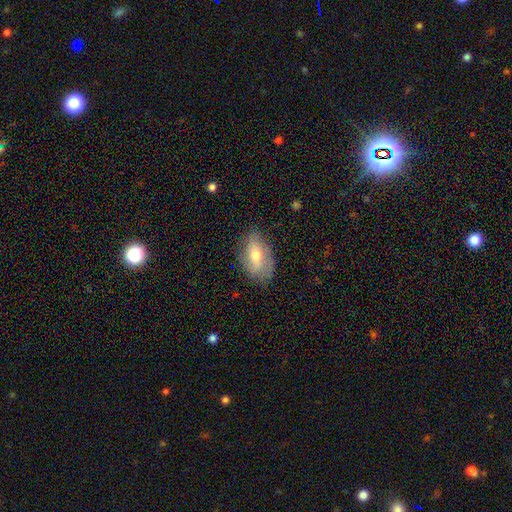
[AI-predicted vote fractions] Morphology: type=smooth (53%); roundness=in between (88%); merging=none (74%).